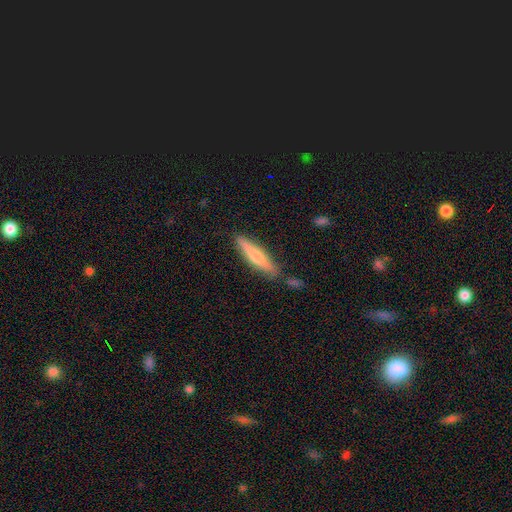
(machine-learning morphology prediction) Q: Smooth or featured?
A: smooth (53%); runner-up: featured or disk (37%)
Q: How rounded?
A: cigar-shaped (84%); runner-up: in between (14%)
Q: Merging?
A: none (82%); runner-up: minor disturbance (12%)